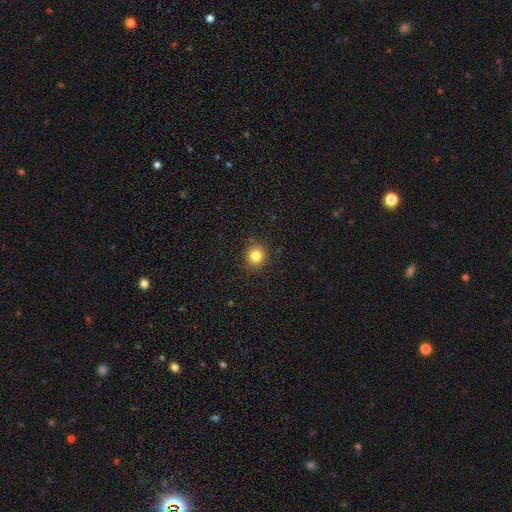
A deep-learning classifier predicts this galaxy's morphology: A smooth galaxy with no disk features (83%) that is round (89%). Merging: none (90%).